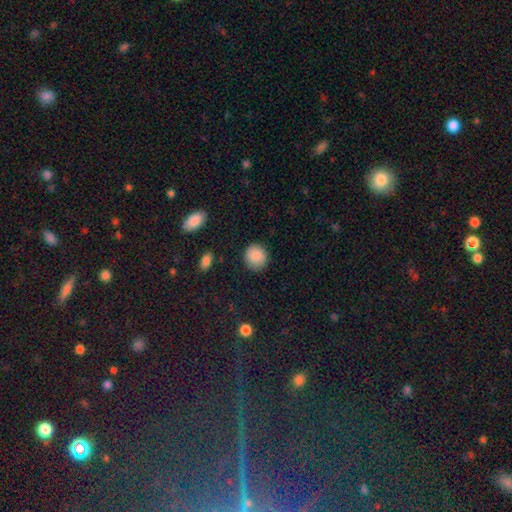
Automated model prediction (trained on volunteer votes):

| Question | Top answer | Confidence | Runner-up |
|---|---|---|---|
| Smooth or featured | smooth | 88% | star or artifact (7%) |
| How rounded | round | 85% | in between (14%) |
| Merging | none | 88% | minor disturbance (9%) |